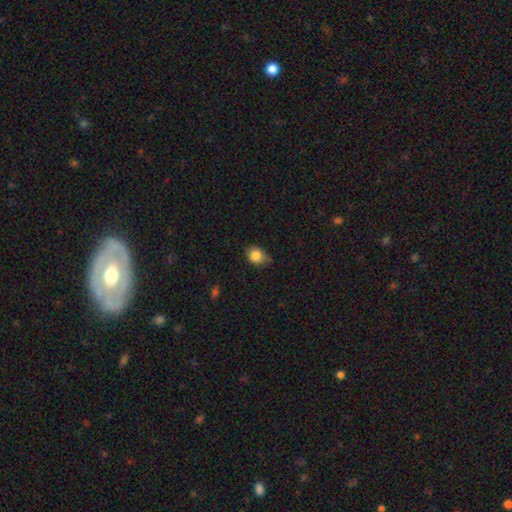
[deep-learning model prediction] Smooth or featured?
  - smooth: 83% *
  - star or artifact: 9%
  - featured or disk: 8%
How rounded?
  - in between: 51% *
  - round: 48%
  - cigar-shaped: 1%
Merging?
  - none: 59% *
  - minor disturbance: 34%
  - major disturbance: 6%
  - merger: 2%